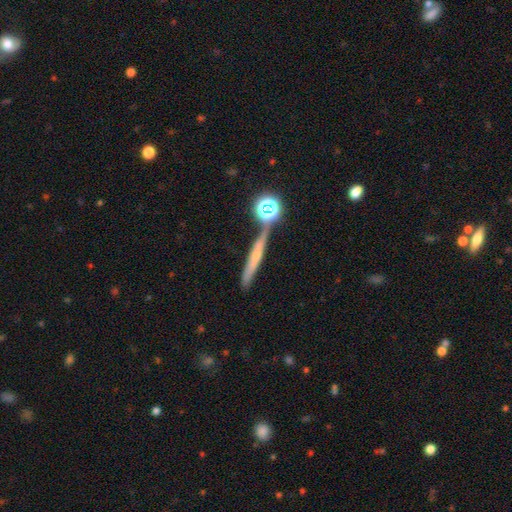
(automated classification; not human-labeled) Smooth or featured? featured or disk (43%)
Merging? none (76%)